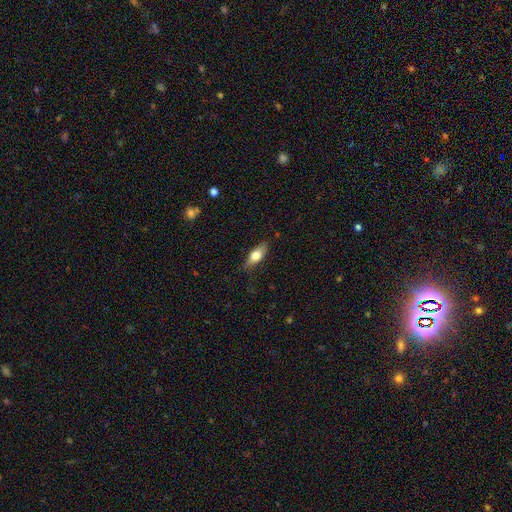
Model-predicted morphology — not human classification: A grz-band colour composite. It shows a smooth galaxy with no disk features (63%) that is in between round and cigar-shaped (70%). Merging: none (77%).